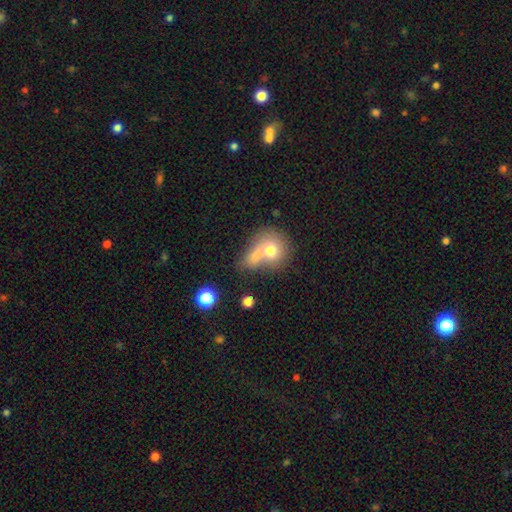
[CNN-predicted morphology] A smooth galaxy with no disk features (71%) that is round (62%).

Vote fractions:
- Smooth or featured? smooth: 71% / featured or disk: 19% / star or artifact: 10%
- How rounded? round: 62% / in between: 35% / cigar-shaped: 3%
- Merging? merger: 54% / none: 27% / minor disturbance: 11% / major disturbance: 8%